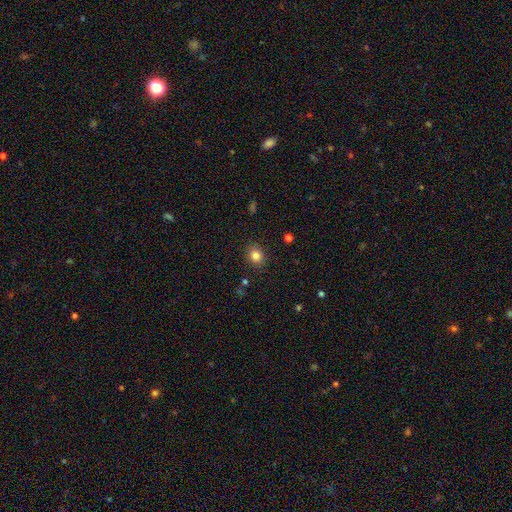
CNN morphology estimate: Overall: smooth (83%). How rounded: round (66%; in between 33%). Merging: none (88%).